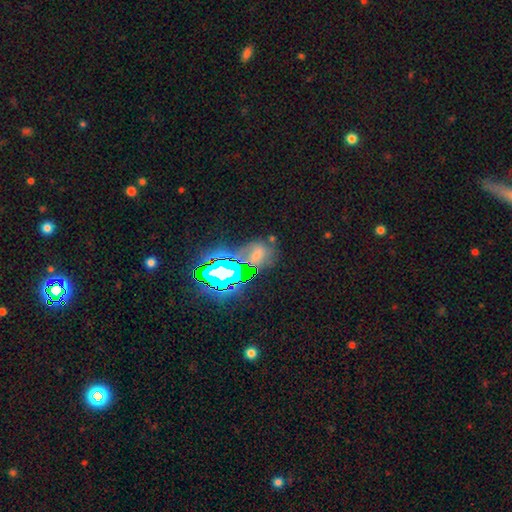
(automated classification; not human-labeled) smooth-or-featured: star or artifact: 60% | smooth: 23% | featured or disk: 17%